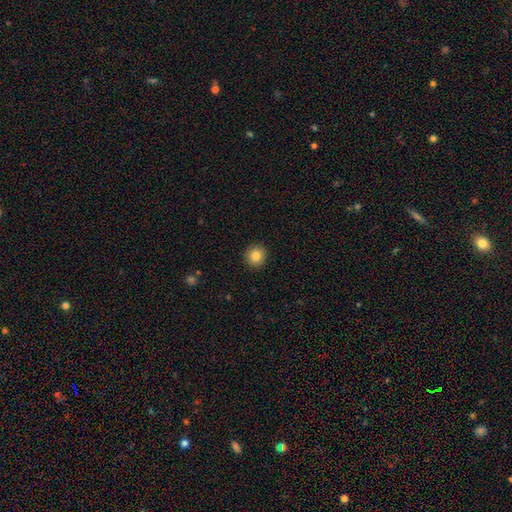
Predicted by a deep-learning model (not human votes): Morphology: type=smooth (84%); roundness=round (89%); merging=none (92%).